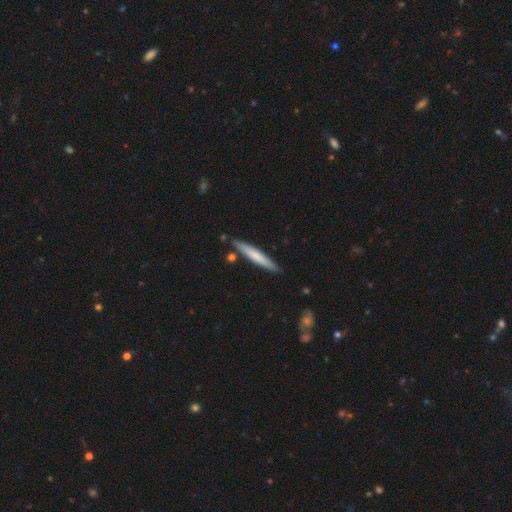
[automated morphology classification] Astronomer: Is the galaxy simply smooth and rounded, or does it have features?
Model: smooth — 62%.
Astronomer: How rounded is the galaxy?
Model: cigar-shaped — 95%.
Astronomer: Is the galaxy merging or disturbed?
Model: none — 85%.